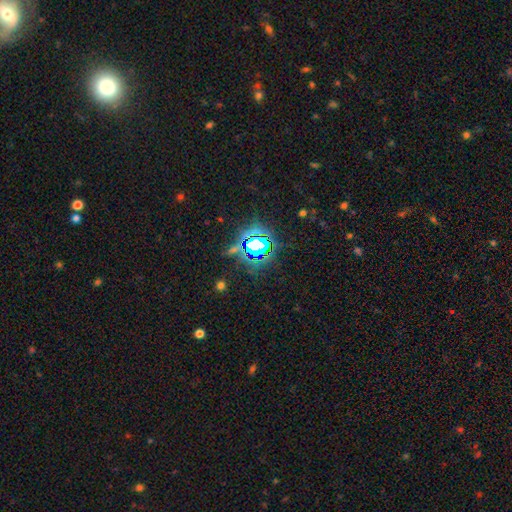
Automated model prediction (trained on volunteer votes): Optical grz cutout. It shows a star or artifact, not a galaxy (81%).